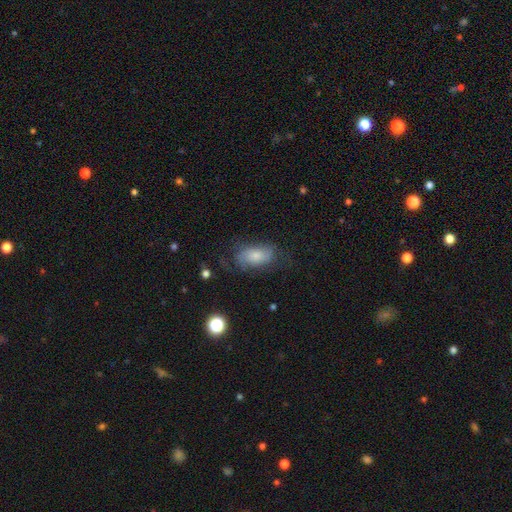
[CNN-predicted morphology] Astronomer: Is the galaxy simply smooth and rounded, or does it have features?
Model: smooth — 52% (runner-up: featured or disk, 39%).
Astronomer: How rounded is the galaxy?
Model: in between — 90%.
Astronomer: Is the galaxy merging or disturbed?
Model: none — 56%.